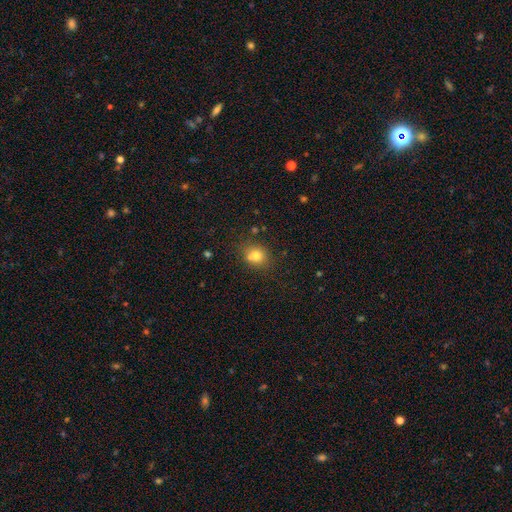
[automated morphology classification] This appears to be a smooth galaxy with no disk features (76%) that is round (69%). Merging: none (65%).